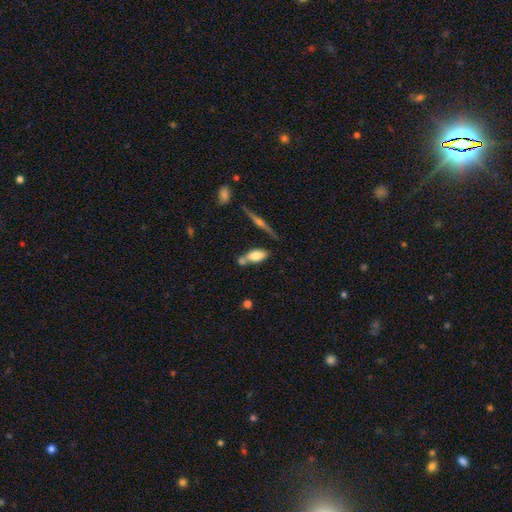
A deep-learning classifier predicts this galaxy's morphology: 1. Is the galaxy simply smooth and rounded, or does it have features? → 71% smooth, 21% featured or disk, 8% star or artifact.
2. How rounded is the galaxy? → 82% in between, 12% cigar-shaped, 5% round.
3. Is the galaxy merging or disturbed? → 50% none, 31% merger, 14% minor disturbance, 5% major disturbance.